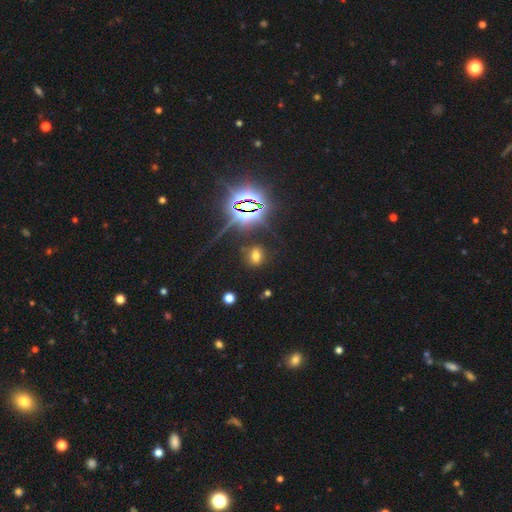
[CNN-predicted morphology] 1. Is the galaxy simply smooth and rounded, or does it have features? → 54% smooth, 36% star or artifact, 10% featured or disk.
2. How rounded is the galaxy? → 59% in between, 38% round, 3% cigar-shaped.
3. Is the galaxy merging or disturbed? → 79% none, 12% minor disturbance, 5% major disturbance, 3% merger.